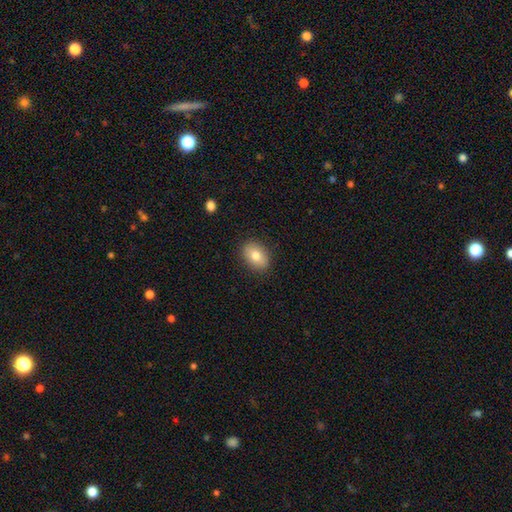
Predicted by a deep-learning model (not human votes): Overall: smooth (79%). How rounded: in between (78%). Merging: none (88%).